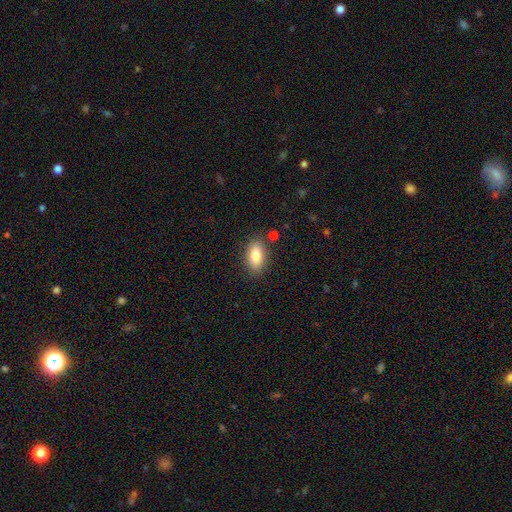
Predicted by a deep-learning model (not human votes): smooth_or_featured: smooth (p=0.80) [alt: featured or disk p=0.12]
how_rounded: in between (p=0.88) [alt: round p=0.06]
merging: none (p=0.82) [alt: minor disturbance p=0.12]